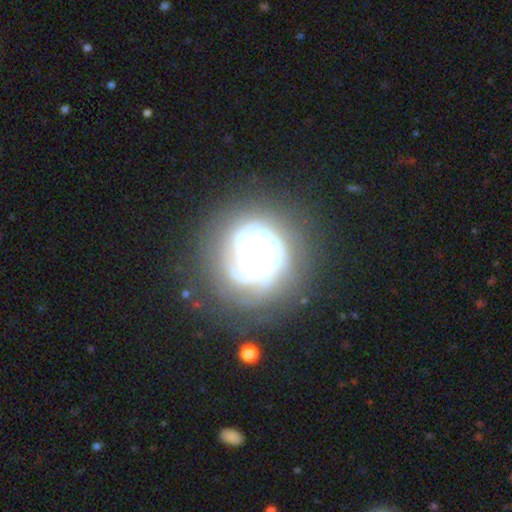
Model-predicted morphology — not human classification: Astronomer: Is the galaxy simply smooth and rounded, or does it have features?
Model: featured or disk — 82%.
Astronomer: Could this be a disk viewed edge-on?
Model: no — 98%.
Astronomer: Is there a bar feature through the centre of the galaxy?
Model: no — 78%.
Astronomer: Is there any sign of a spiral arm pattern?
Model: yes — 92%.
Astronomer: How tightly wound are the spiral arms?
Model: tight — 75%.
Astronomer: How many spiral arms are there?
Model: can't tell — 28% (runner-up: 3, 25%).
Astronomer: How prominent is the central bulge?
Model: large — 50% (runner-up: moderate, 27%).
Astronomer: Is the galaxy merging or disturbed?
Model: none — 71%.